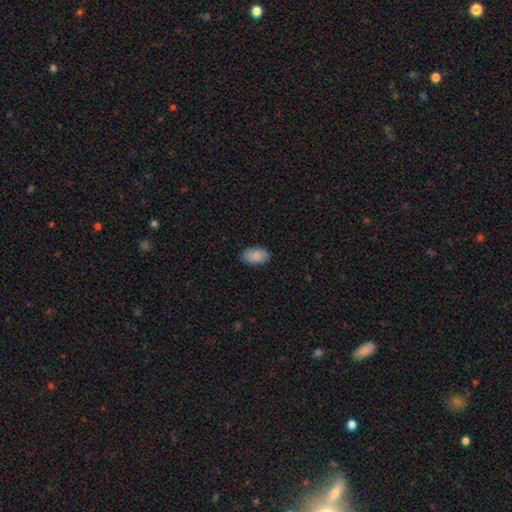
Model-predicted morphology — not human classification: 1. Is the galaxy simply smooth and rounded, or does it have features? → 88% smooth, 6% star or artifact, 6% featured or disk.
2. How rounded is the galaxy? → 94% in between, 4% round, 1% cigar-shaped.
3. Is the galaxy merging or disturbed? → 86% none, 11% minor disturbance, 2% major disturbance, 1% merger.